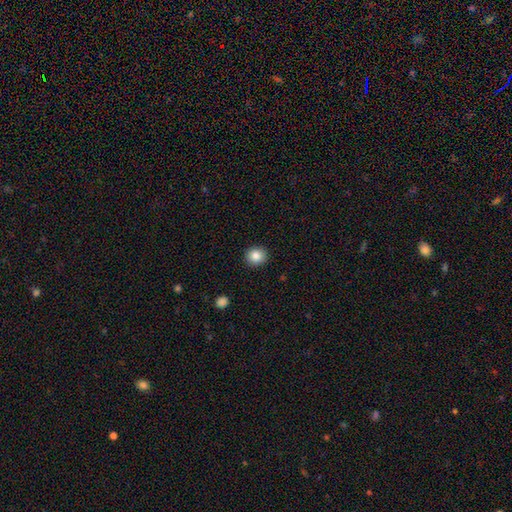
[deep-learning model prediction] The model was most divided on "how rounded": round: 86%, in between: 13%, cigar-shaped: 1%. More confident: merging — none (92%); smooth or featured — smooth (85%).